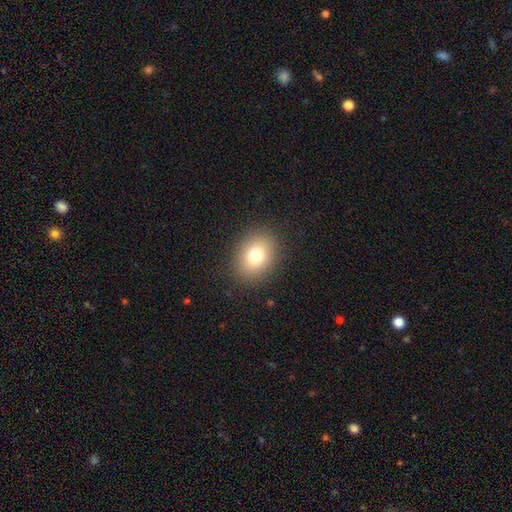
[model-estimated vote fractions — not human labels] A smooth galaxy with no disk features (78%) that is in between round and cigar-shaped (56%). Merging: none (88%).